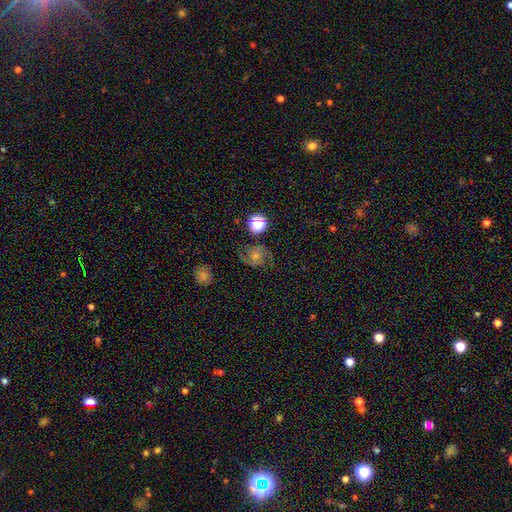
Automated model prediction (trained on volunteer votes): Smooth or featured?
  - featured or disk: 70% *
  - smooth: 15%
  - star or artifact: 15%
Edge-on disk?
  - no: 97% *
  - yes: 3%
Bar?
  - no: 69% *
  - weak: 26%
  - strong: 5%
Spiral arms?
  - yes: 95% *
  - no: 5%
Spiral winding?
  - medium: 52% *
  - tight: 31%
  - loose: 17%
Spiral arm count?
  - 2: 80% *
  - can't tell: 7%
  - 3: 6%
  - 1: 3%
  - 4: 2%
  - more than 4: 2%
Bulge size?
  - moderate: 50% *
  - small: 40%
  - large: 5%
  - none: 3%
  - dominant: 2%
Merging?
  - none: 77% *
  - minor disturbance: 14%
  - major disturbance: 7%
  - merger: 2%